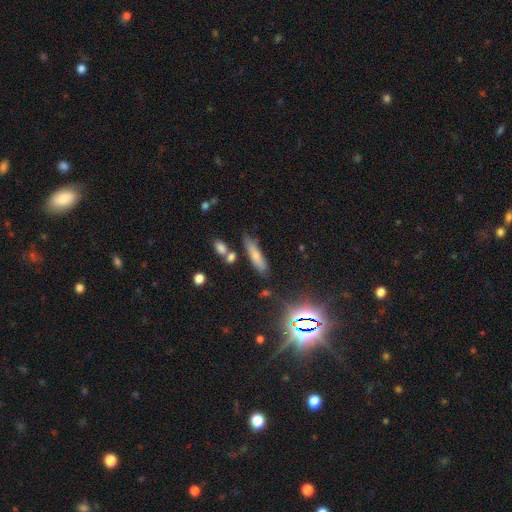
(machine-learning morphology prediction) Overall: smooth (66%). How rounded: cigar-shaped (72%). Merging: none (70%).